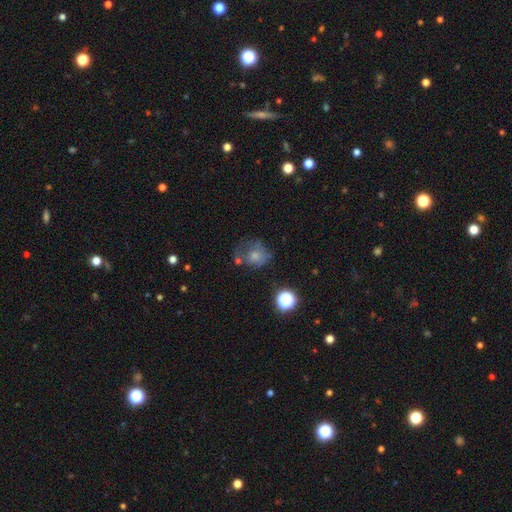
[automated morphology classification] Smooth or featured? Predicted: smooth (p=0.62). How rounded? Predicted: round (p=0.72). Merging? Predicted: none (p=0.41).